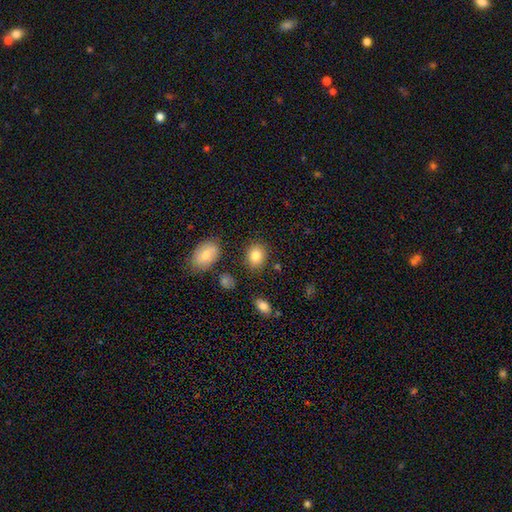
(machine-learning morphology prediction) Smooth or featured?
  - smooth: 83% *
  - star or artifact: 9%
  - featured or disk: 8%
How rounded?
  - round: 53% *
  - in between: 46%
  - cigar-shaped: 1%
Merging?
  - none: 83% *
  - minor disturbance: 10%
  - merger: 4%
  - major disturbance: 3%